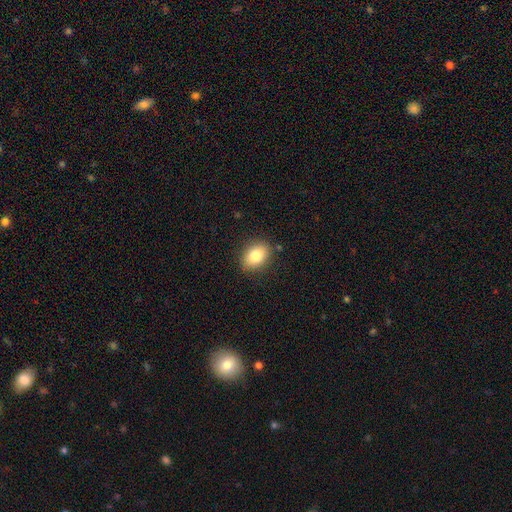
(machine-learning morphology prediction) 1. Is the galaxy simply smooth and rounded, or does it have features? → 82% smooth, 9% featured or disk, 9% star or artifact.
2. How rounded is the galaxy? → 72% in between, 27% round, 1% cigar-shaped.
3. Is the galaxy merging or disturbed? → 86% none, 10% minor disturbance, 3% major disturbance, 1% merger.